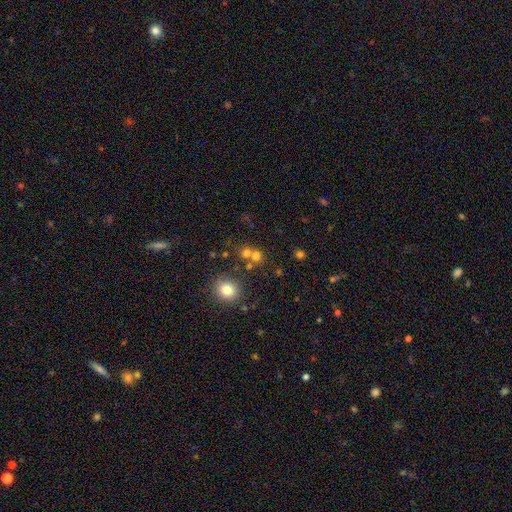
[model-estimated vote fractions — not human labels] Smooth or featured? smooth (70%)
How rounded? round (86%)
Merging? none (54%)